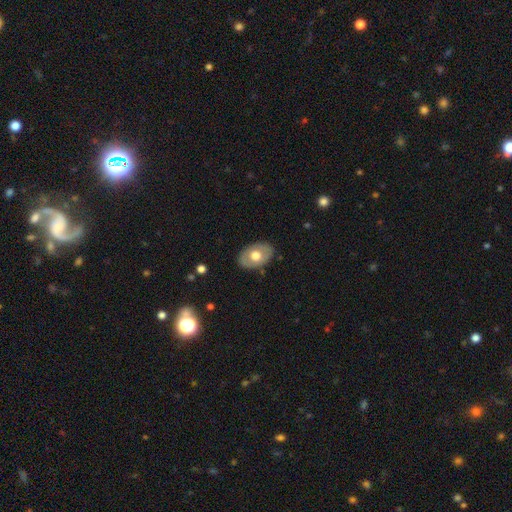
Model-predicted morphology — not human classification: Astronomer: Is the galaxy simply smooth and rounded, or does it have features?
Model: smooth — 59% (runner-up: featured or disk, 35%).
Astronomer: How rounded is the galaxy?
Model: in between — 84%.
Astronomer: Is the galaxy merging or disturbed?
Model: none — 84%.